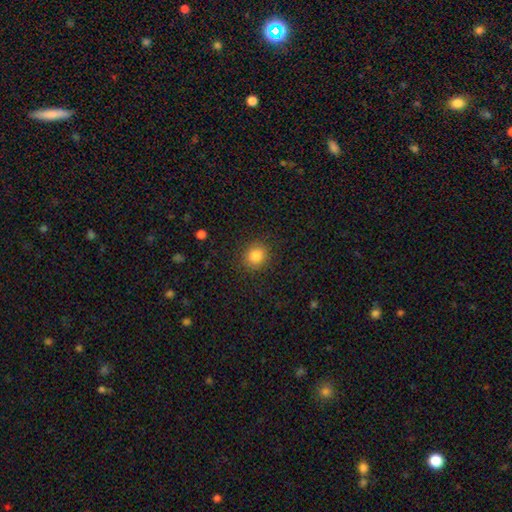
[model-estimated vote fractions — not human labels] Smooth or featured: smooth — 85% (star or artifact — 11%)
How rounded: round — 81% (in between — 18%)
Merging: none — 88% (minor disturbance — 8%)